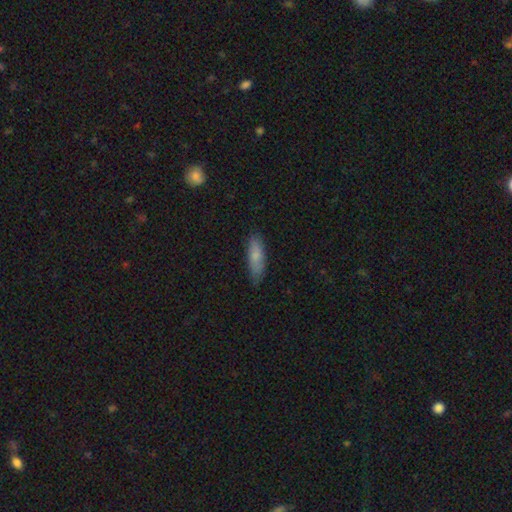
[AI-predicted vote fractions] A smooth galaxy with no disk features (79%) that is in between round and cigar-shaped (50%).

Vote fractions:
- Smooth or featured? smooth: 79% / featured or disk: 15% / star or artifact: 6%
- How rounded? in between: 50% / cigar-shaped: 48% / round: 2%
- Merging? none: 75% / minor disturbance: 20% / major disturbance: 3% / merger: 1%